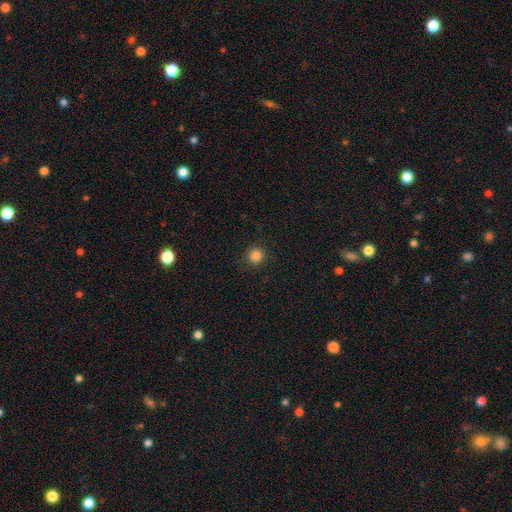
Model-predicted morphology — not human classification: This is clearly a smooth galaxy (85%). How rounded: clearly round (94%). Merging: clearly none (89%).